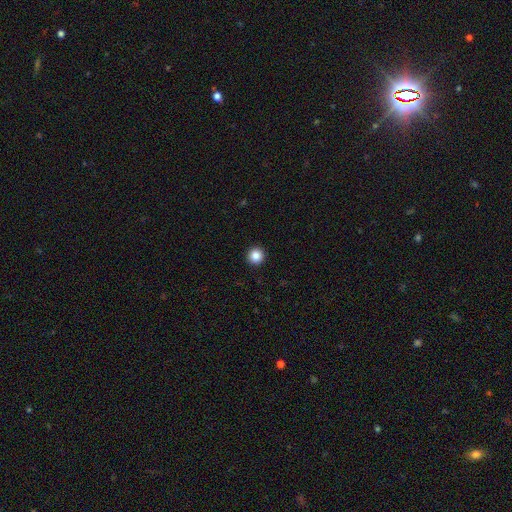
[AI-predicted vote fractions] Smooth or featured: smooth — 86% (star or artifact — 10%)
How rounded: round — 96% (in between — 3%)
Merging: none — 94% (minor disturbance — 4%)